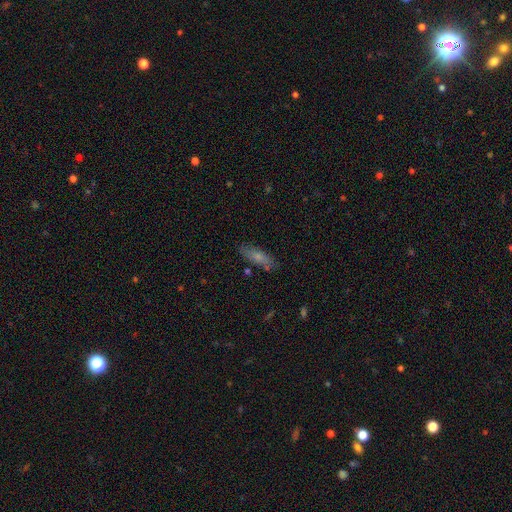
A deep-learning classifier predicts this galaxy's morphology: smooth_or_featured: smooth (p=0.56) [alt: featured or disk p=0.30]
how_rounded: cigar-shaped (p=0.57) [alt: in between p=0.40]
merging: none (p=0.83) [alt: minor disturbance p=0.12]